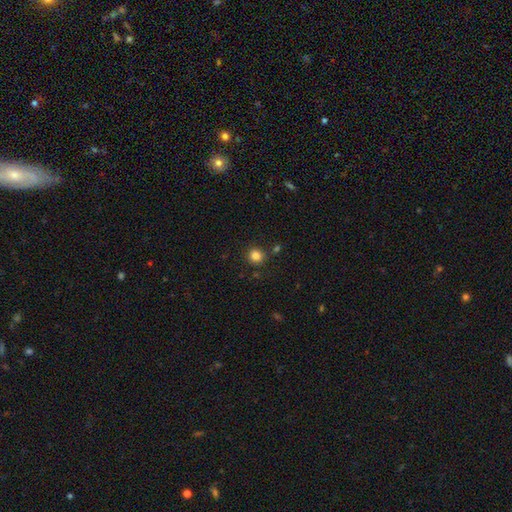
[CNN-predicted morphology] smooth 83%, star or artifact 12%, featured or disk 5%. Down the decision tree: how rounded — round (91%); merging — none (87%).